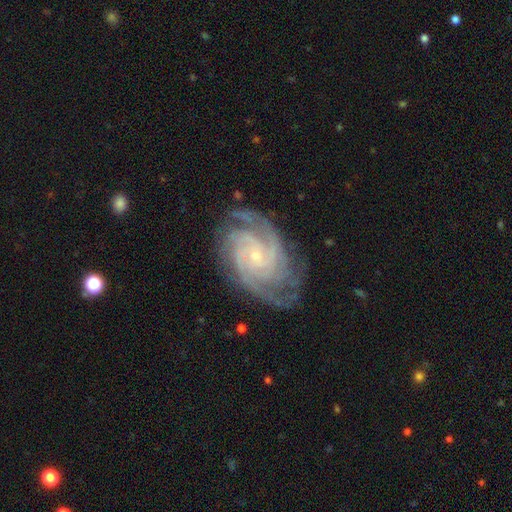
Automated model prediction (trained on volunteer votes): smooth-or-featured: featured or disk: 91% | star or artifact: 5% | smooth: 4%
  disk-edge-on: no: 98% | yes: 2%
    bar: no: 68% | weak: 24% | strong: 7%
    has-spiral-arms: yes: 99% | no: 1%
      spiral-winding: tight: 71% | medium: 26% | loose: 3%
      spiral-arm-count: 4: 29% | 3: 25% | can't tell: 15% | 2: 15% | more than 4: 10% | 1: 7%
    bulge-size: small: 83% | moderate: 12% | none: 3% | large: 1% | dominant: 1%
  merging: none: 77% | minor disturbance: 16% | major disturbance: 6% | merger: 1%